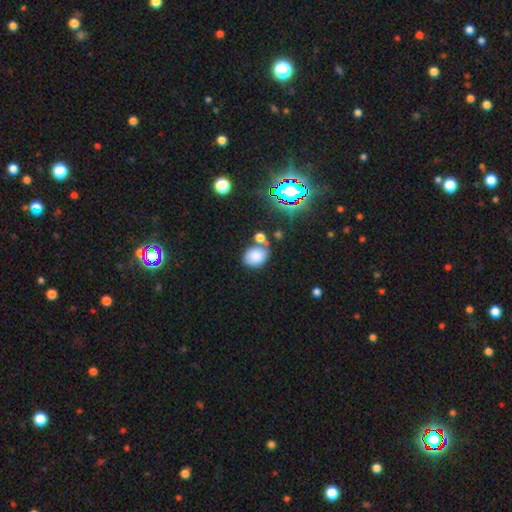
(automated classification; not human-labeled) Smooth or featured? smooth (79%)
How rounded? in between (63%)
Merging? none (60%)